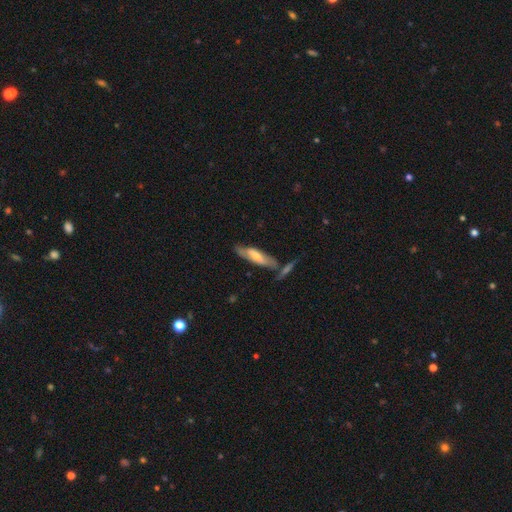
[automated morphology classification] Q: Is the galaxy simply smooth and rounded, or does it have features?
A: featured or disk — 50%.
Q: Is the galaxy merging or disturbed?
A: none — 65%.